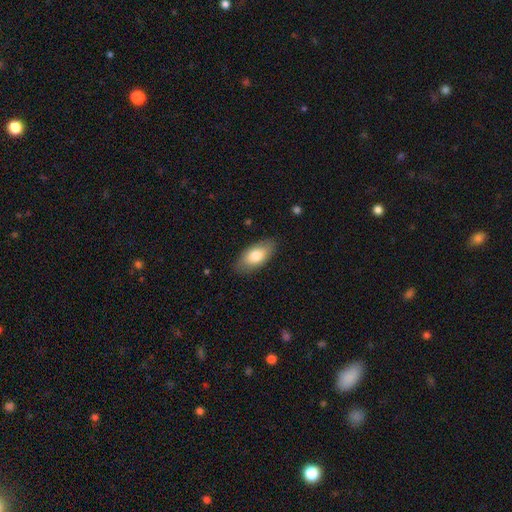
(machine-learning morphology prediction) smooth-or-featured: smooth: 77% | featured or disk: 17% | star or artifact: 6%
  how-rounded: in between: 91% | cigar-shaped: 7% | round: 3%
  merging: none: 83% | minor disturbance: 13% | major disturbance: 3% | merger: 1%